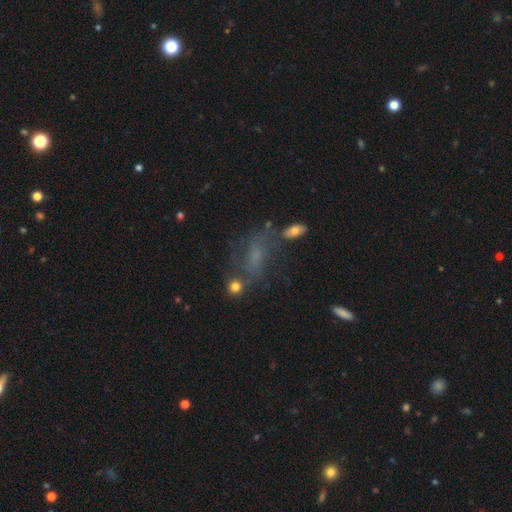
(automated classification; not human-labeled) Smooth or featured: featured or disk — 46% (smooth — 34%)
Merging: none — 49% (minor disturbance — 20%)